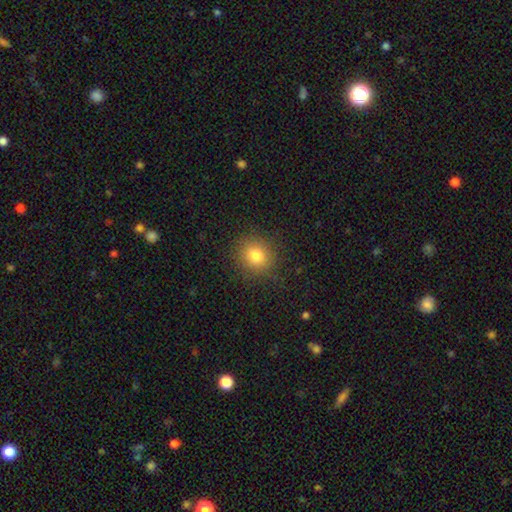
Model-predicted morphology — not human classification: Smooth or featured: smooth — 80% (star or artifact — 13%)
How rounded: round — 83% (in between — 16%)
Merging: none — 88% (minor disturbance — 8%)